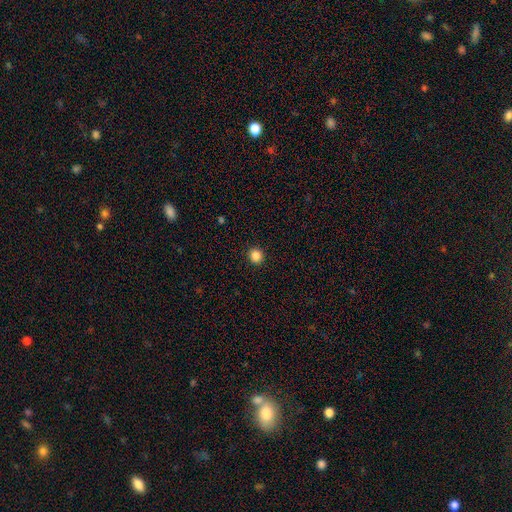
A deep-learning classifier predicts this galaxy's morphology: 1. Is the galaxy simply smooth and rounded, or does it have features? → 86% smooth, 11% star or artifact, 3% featured or disk.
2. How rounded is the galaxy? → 93% round, 7% in between, 1% cigar-shaped.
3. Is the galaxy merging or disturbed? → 93% none, 4% minor disturbance, 2% major disturbance, 1% merger.